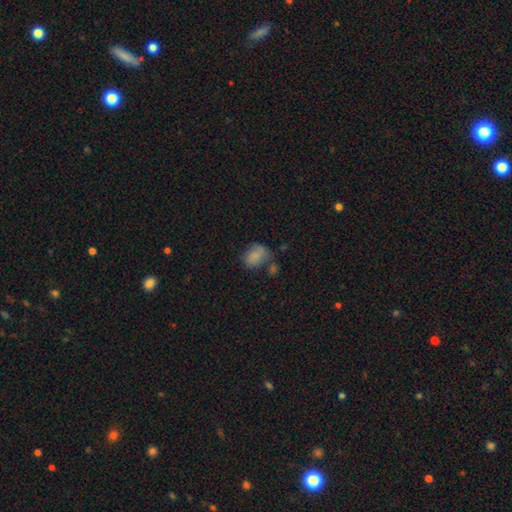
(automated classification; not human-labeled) Morphology: type=smooth (78%); roundness=in between (68%); merging=none (46%).